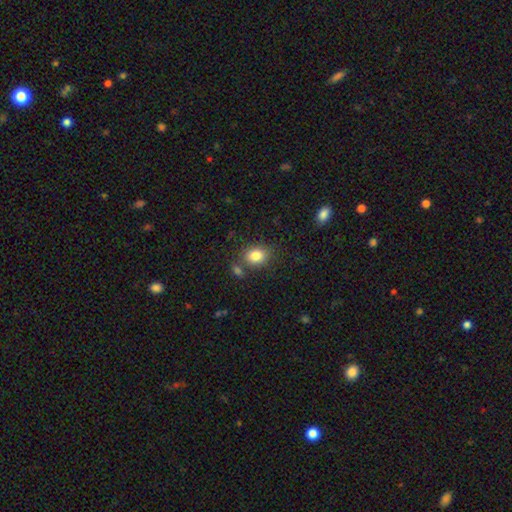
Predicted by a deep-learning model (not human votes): This is clearly a smooth galaxy (83%). How rounded: possibly in between (54%). Merging: likely none (73%).